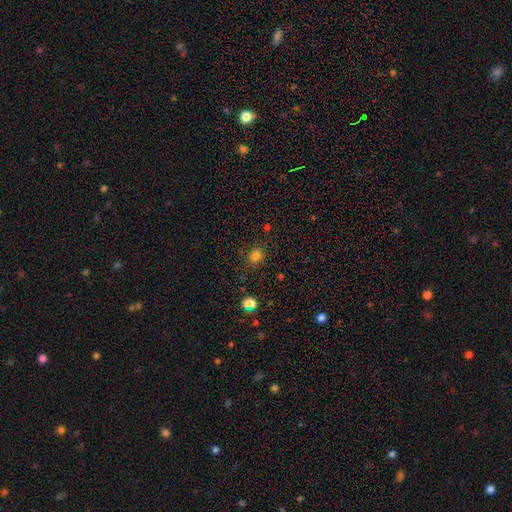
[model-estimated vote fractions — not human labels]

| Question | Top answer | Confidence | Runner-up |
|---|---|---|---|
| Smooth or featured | smooth | 79% | star or artifact (16%) |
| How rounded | round | 82% | in between (17%) |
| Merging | none | 85% | minor disturbance (10%) |